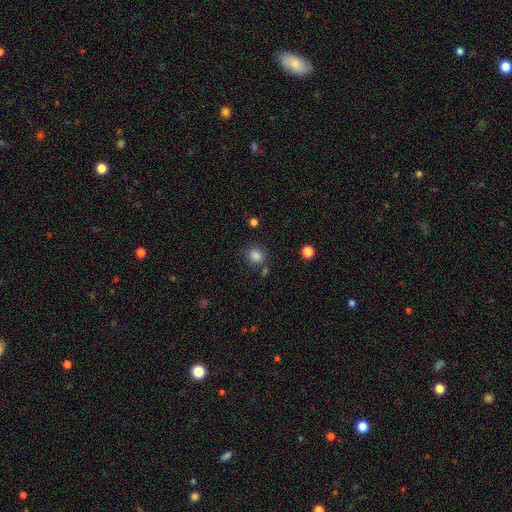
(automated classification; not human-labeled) smooth 84%, star or artifact 11%, featured or disk 5%. Down the decision tree: how rounded — round (67%); merging — none (75%).